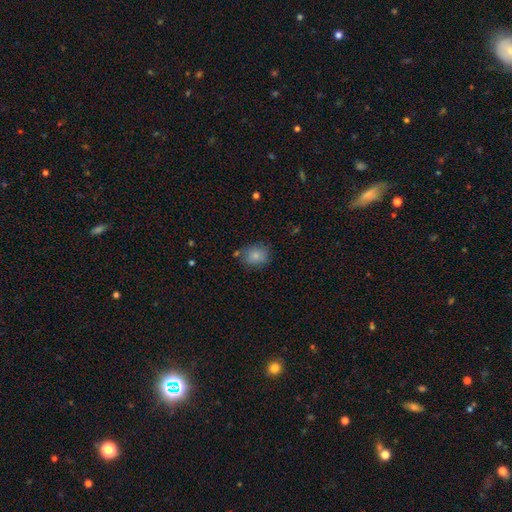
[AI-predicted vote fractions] smooth-or-featured: smooth: 83% | star or artifact: 9% | featured or disk: 8%
  how-rounded: round: 54% | in between: 45% | cigar-shaped: 1%
  merging: none: 74% | minor disturbance: 17% | merger: 5% | major disturbance: 4%